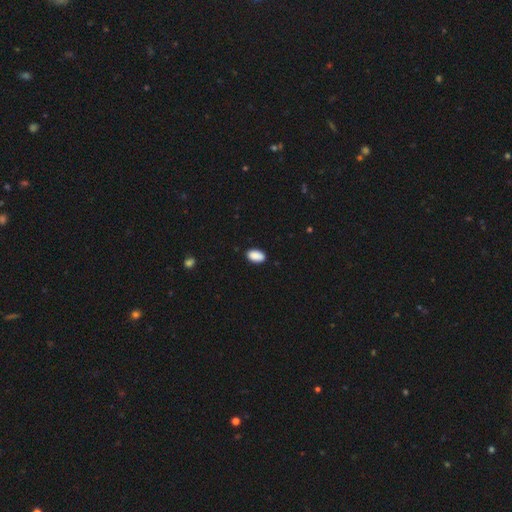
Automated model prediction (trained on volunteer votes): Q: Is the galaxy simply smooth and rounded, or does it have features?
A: smooth — 90%.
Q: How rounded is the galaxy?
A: in between — 94%.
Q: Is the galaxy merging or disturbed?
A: none — 86%.